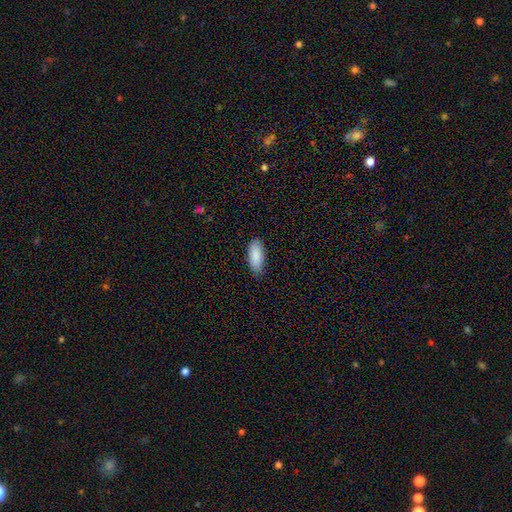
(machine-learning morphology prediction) smooth_or_featured: smooth (p=0.89) [alt: star or artifact p=0.06]
how_rounded: in between (p=0.83) [alt: cigar-shaped p=0.16]
merging: none (p=0.83) [alt: minor disturbance p=0.13]